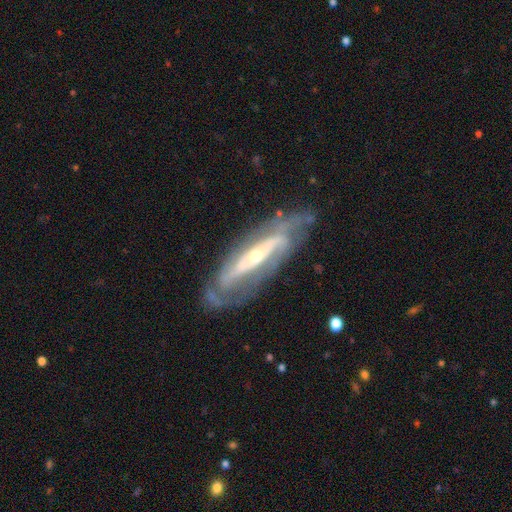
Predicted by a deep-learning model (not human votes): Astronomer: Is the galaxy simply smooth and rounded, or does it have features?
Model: featured or disk — 85%.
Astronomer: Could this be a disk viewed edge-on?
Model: no — 78%.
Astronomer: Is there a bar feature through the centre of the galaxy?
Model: no — 41% (runner-up: strong, 34%).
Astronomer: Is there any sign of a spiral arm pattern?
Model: yes — 85%.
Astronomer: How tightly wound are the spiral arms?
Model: tight — 53% (runner-up: medium, 33%).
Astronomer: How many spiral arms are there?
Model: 2 — 51% (runner-up: can't tell, 32%).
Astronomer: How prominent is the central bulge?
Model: small — 55% (runner-up: moderate, 40%).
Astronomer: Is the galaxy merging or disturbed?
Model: none — 73%.